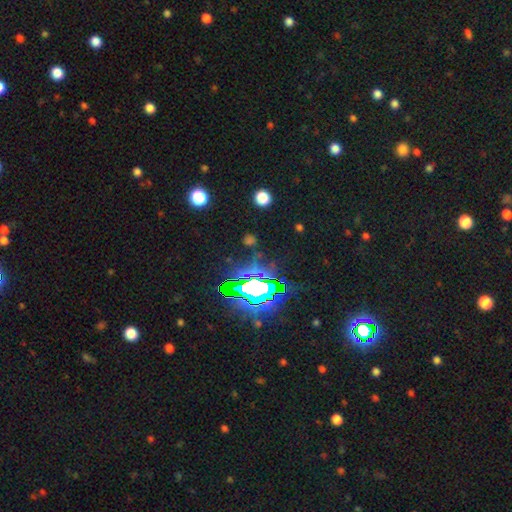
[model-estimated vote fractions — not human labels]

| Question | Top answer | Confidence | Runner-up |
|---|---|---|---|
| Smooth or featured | star or artifact | 84% | smooth (9%) |